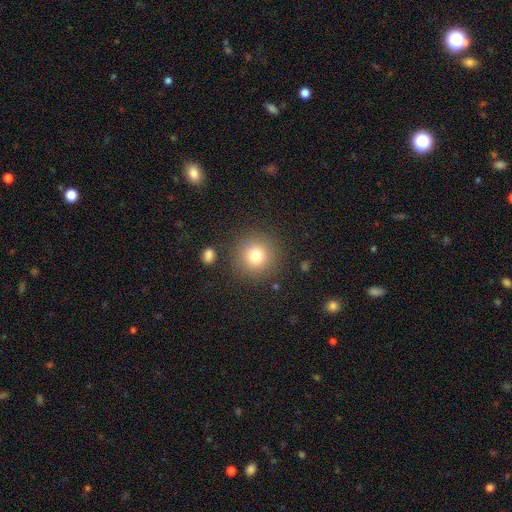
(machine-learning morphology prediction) Smooth or featured: smooth — 76% (star or artifact — 14%)
How rounded: round — 94% (in between — 5%)
Merging: none — 86% (minor disturbance — 8%)